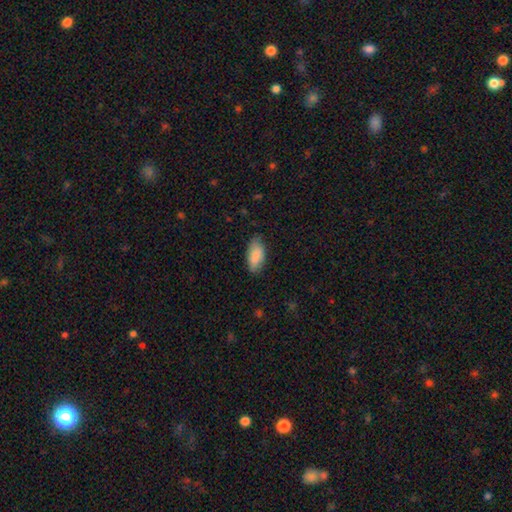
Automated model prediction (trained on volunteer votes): Morphology: type=smooth (87%); roundness=in between (91%); merging=none (75%).